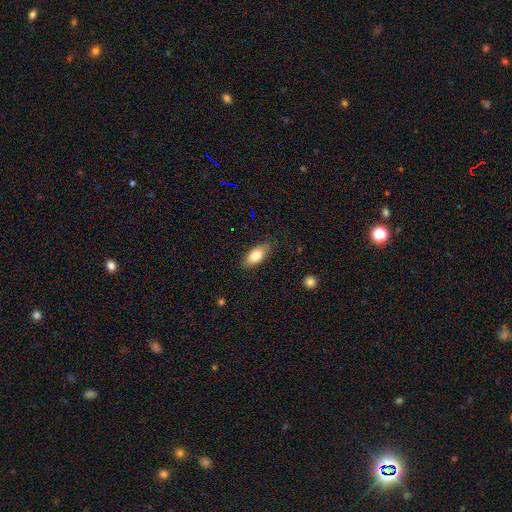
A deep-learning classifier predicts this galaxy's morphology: smooth-or-featured: smooth: 78% | featured or disk: 15% | star or artifact: 7%
  how-rounded: in between: 86% | cigar-shaped: 11% | round: 3%
  merging: none: 83% | minor disturbance: 13% | major disturbance: 3% | merger: 1%